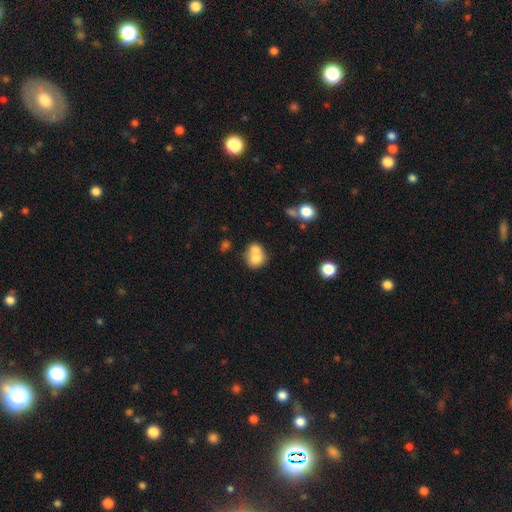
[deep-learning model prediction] The model was most divided on "merging": merger: 62%, none: 28%, minor disturbance: 7%, major disturbance: 3%. More confident: smooth or featured — smooth (73%); how rounded — round (68%).